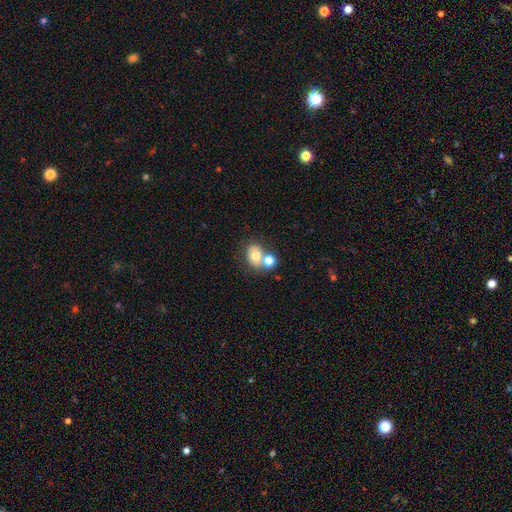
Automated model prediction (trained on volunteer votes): The model was most divided on "how rounded": in between: 53%, round: 46%, cigar-shaped: 1%. Remaining: smooth or featured — smooth (71%); merging — merger (50%).